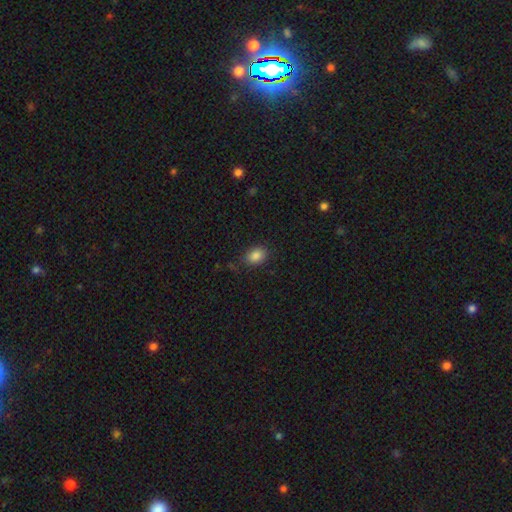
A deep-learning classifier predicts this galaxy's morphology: type=smooth (86%); roundness=in between (71%); merging=none (82%).